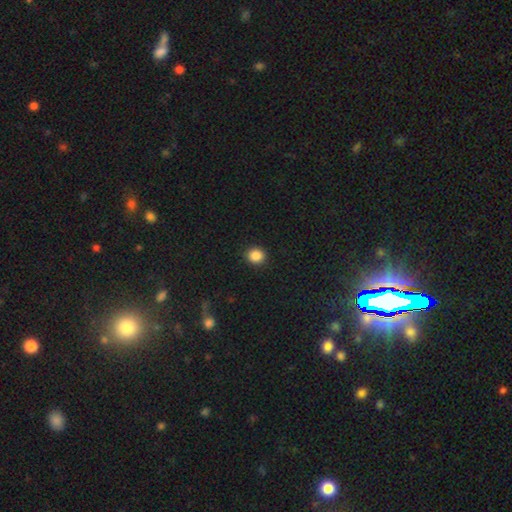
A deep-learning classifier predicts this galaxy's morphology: This is clearly a smooth galaxy (87%). How rounded: clearly round (82%). Merging: clearly none (92%).